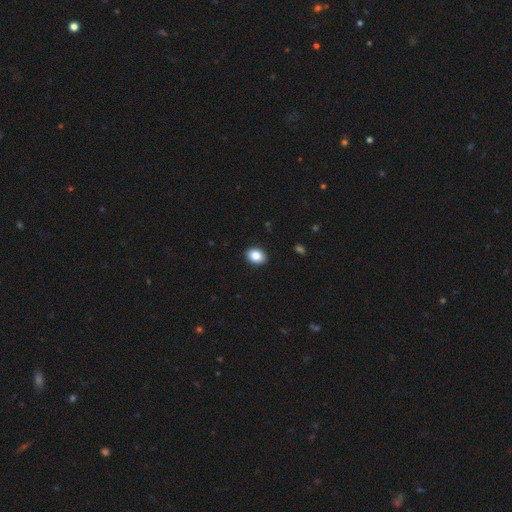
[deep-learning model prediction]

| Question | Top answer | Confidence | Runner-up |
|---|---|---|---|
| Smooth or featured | smooth | 87% | star or artifact (8%) |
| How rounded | in between | 73% | round (26%) |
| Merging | none | 91% | minor disturbance (6%) |